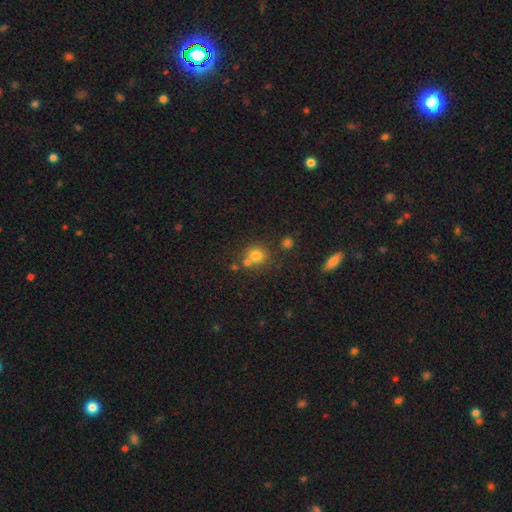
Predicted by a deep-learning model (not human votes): Smooth or featured?
  - smooth: 76% *
  - star or artifact: 14%
  - featured or disk: 10%
How rounded?
  - round: 84% *
  - in between: 15%
  - cigar-shaped: 1%
Merging?
  - none: 58% *
  - merger: 27%
  - minor disturbance: 11%
  - major disturbance: 4%